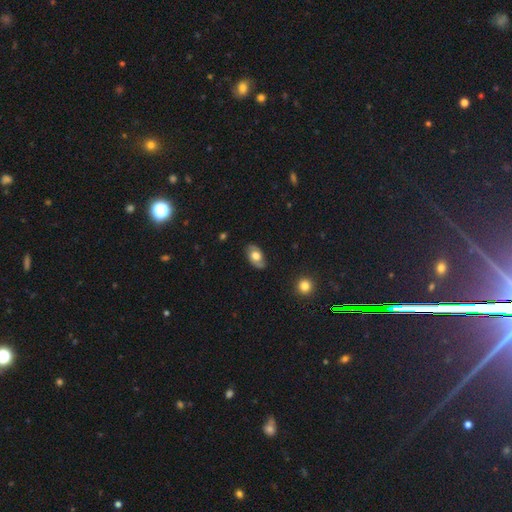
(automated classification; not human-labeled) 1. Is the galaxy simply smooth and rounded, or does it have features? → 54% smooth, 39% featured or disk, 7% star or artifact.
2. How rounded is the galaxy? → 89% in between, 9% round, 2% cigar-shaped.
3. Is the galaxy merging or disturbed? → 79% none, 16% minor disturbance, 3% major disturbance, 1% merger.